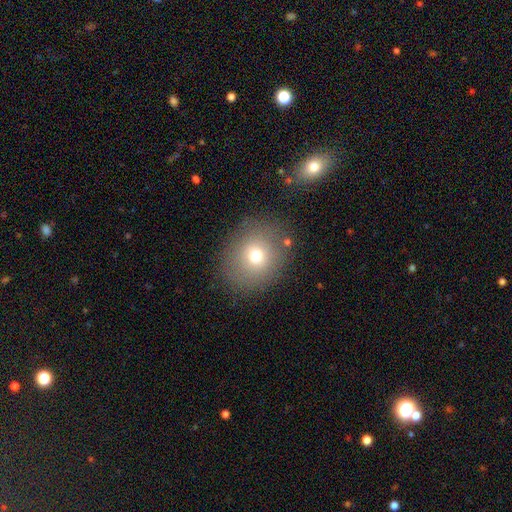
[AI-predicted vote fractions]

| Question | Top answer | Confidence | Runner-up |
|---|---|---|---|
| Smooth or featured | smooth | 71% | featured or disk (15%) |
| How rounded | round | 77% | in between (22%) |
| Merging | none | 83% | minor disturbance (10%) |